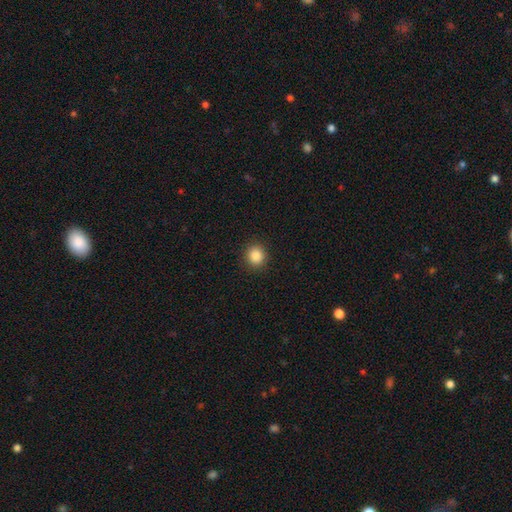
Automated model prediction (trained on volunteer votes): Q: Smooth or featured?
A: smooth (87%); runner-up: star or artifact (10%)
Q: How rounded?
A: round (87%); runner-up: in between (12%)
Q: Merging?
A: none (91%); runner-up: minor disturbance (6%)